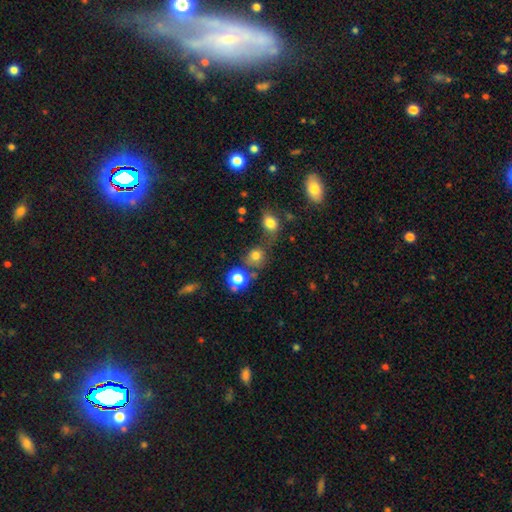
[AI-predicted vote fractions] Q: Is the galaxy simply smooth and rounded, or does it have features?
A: smooth — 74%.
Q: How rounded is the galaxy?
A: round — 79%.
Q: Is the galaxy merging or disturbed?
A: none — 58%.